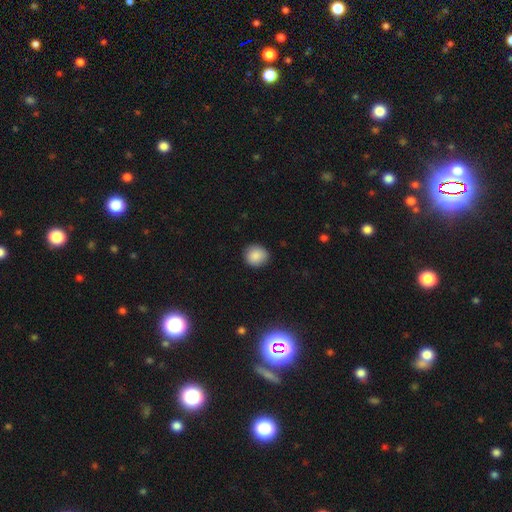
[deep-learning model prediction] Smooth or featured? Predicted: smooth (p=0.88). How rounded? Predicted: round (p=0.86). Merging? Predicted: none (p=0.89).